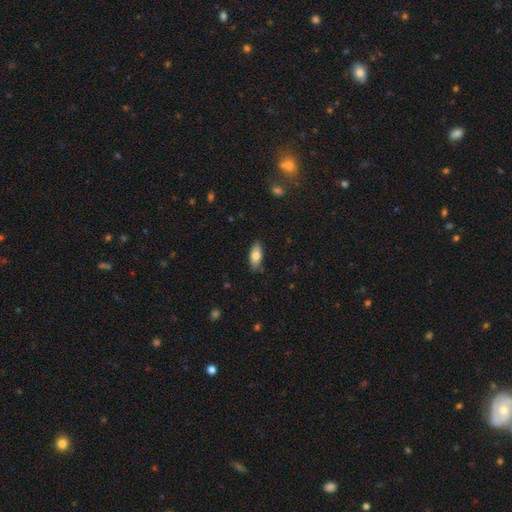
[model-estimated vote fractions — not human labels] smooth 77%, featured or disk 17%, star or artifact 6%. Down the decision tree: how rounded — in between (85%); merging — none (84%).